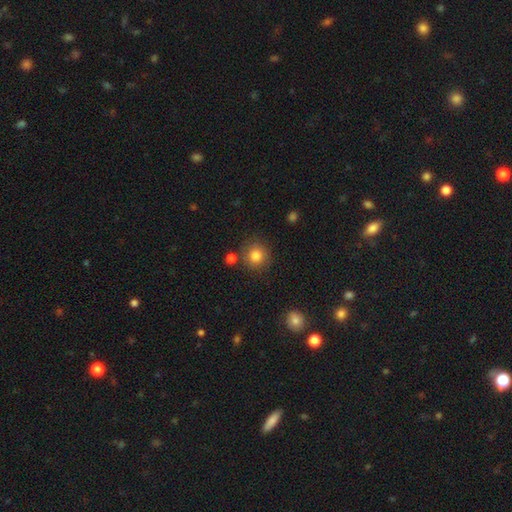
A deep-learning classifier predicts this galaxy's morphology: type=smooth (83%); roundness=round (91%); merging=none (82%).